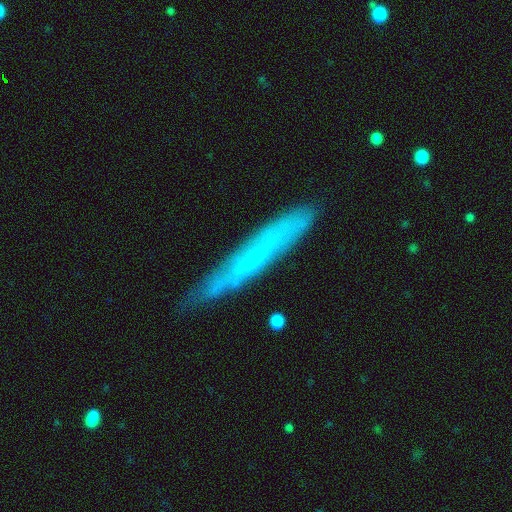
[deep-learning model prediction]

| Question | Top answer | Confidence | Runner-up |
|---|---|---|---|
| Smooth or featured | featured or disk | 52% | smooth (41%) |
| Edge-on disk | yes | 74% | no (26%) |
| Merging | none | 75% | minor disturbance (19%) |